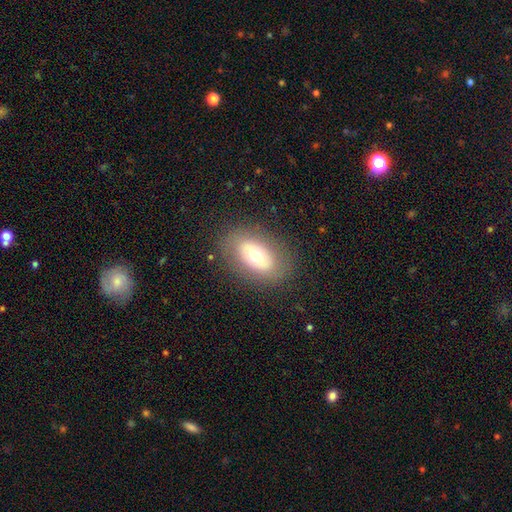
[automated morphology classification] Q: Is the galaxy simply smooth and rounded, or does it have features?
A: smooth — 57%.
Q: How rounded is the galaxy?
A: in between — 87%.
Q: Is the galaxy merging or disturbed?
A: none — 82%.